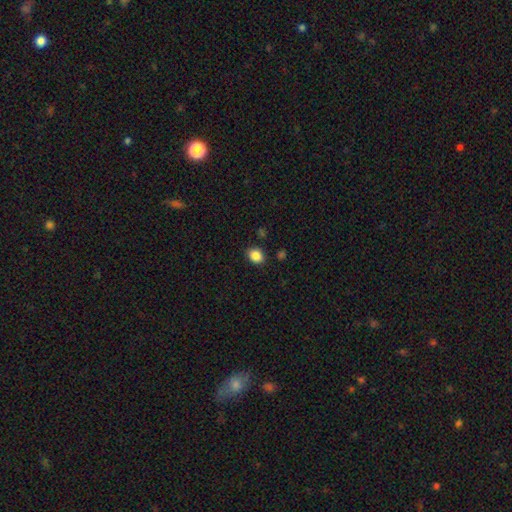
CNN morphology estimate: smooth 86%, star or artifact 10%, featured or disk 4%. Down the decision tree: how rounded — in between (50%, tied with round); merging — none (86%).